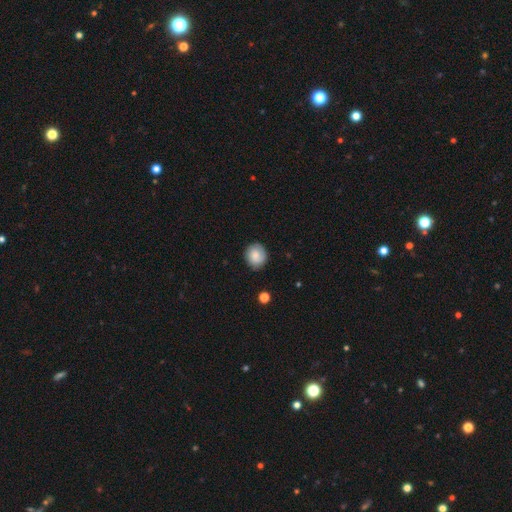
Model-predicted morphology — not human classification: smooth_or_featured: smooth (p=0.78) [alt: featured or disk p=0.15]
how_rounded: round (p=0.80) [alt: in between p=0.19]
merging: none (p=0.84) [alt: minor disturbance p=0.12]